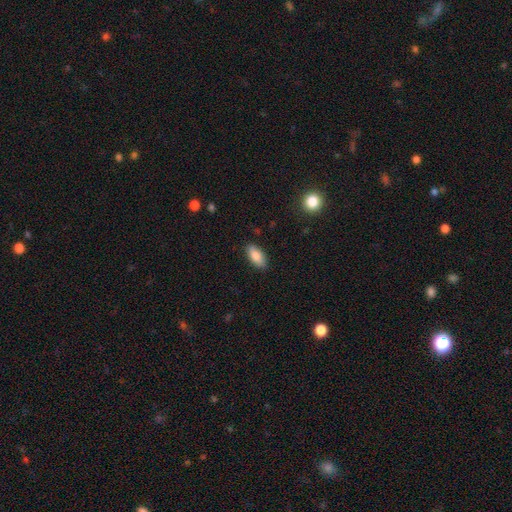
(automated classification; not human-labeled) Overall: smooth (84%). How rounded: in between (88%). Merging: none (87%).